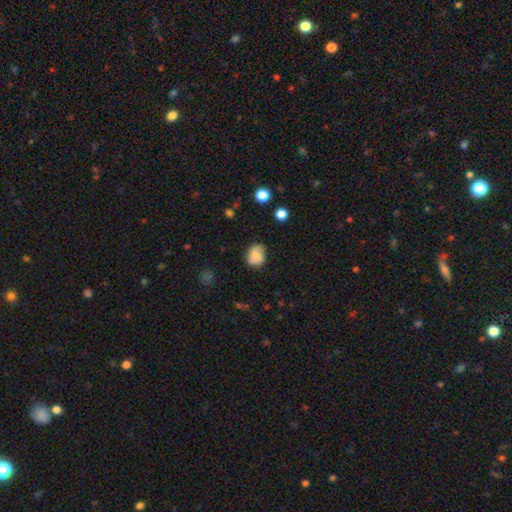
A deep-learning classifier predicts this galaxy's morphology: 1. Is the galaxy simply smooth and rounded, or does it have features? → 75% smooth, 16% featured or disk, 10% star or artifact.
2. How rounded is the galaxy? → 55% round, 44% in between, 1% cigar-shaped.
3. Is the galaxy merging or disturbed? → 65% none, 25% minor disturbance, 7% major disturbance, 3% merger.